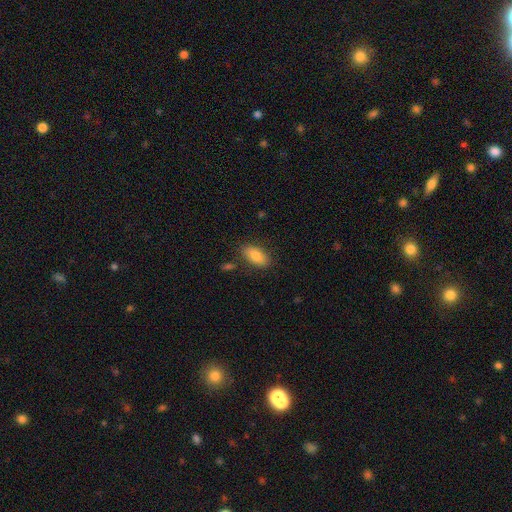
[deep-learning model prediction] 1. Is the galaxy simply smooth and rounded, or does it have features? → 81% smooth, 11% featured or disk, 7% star or artifact.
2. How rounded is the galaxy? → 91% in between, 5% cigar-shaped, 4% round.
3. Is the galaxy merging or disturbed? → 82% none, 12% minor disturbance, 3% merger, 3% major disturbance.